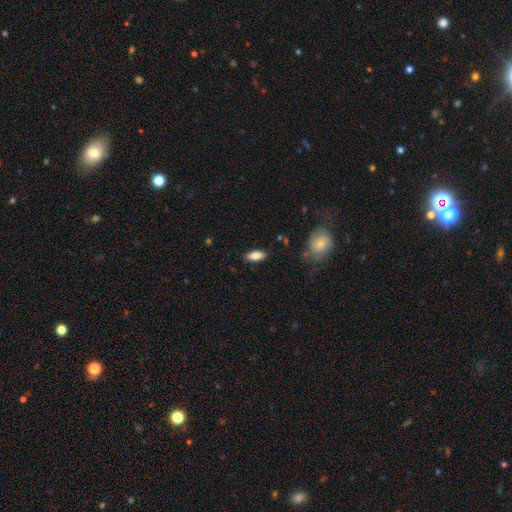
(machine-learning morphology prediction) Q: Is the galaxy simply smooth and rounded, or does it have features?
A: smooth — 81%.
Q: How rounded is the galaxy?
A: in between — 83%.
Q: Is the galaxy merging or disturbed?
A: none — 84%.